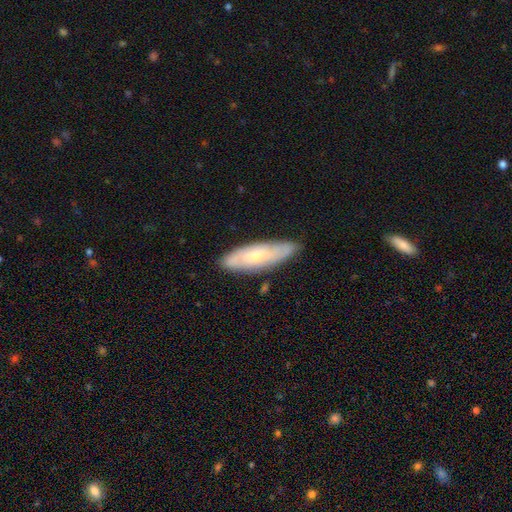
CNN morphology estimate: This is possibly a featured or disk galaxy (48%). Merging: likely none (79%).